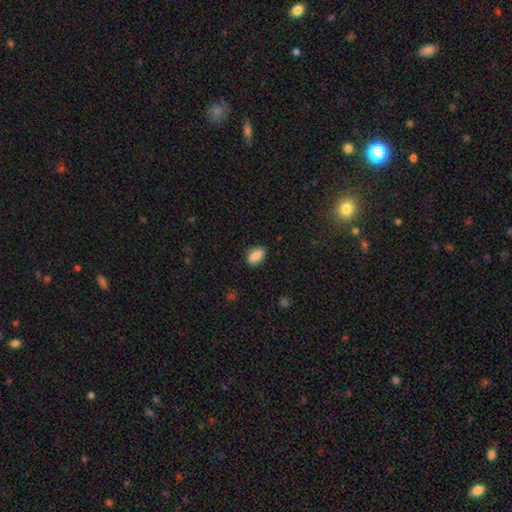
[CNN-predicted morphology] A smooth galaxy with no disk features (87%) that is in between round and cigar-shaped (88%). Merging: none (84%).